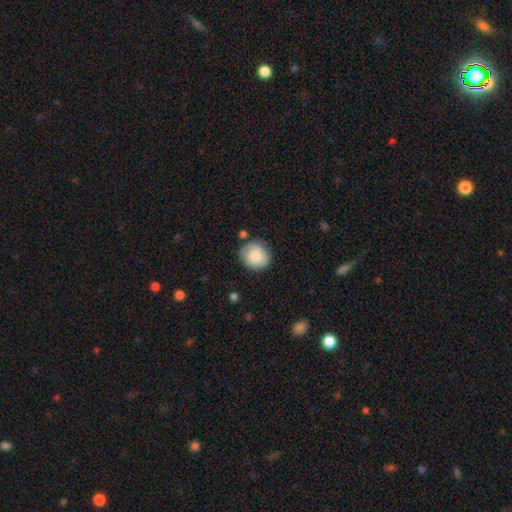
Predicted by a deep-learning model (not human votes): smooth 81%, featured or disk 12%, star or artifact 7%. Down the decision tree: how rounded — round (87%); merging — none (77%).